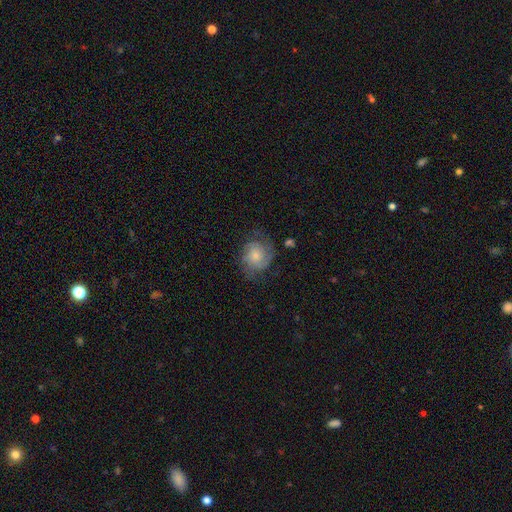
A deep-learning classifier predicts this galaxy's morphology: A featured or disk galaxy (50%).

Vote fractions:
- Smooth or featured? featured or disk: 50% / smooth: 42% / star or artifact: 8%
- Edge-on disk? no: 97% / yes: 3%
- Merging? none: 60% / minor disturbance: 24% / major disturbance: 15% / merger: 2%